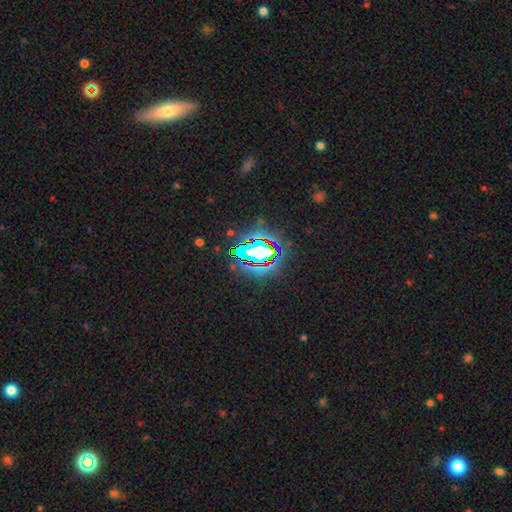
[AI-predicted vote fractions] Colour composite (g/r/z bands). It shows a star or artifact, not a galaxy (71%).